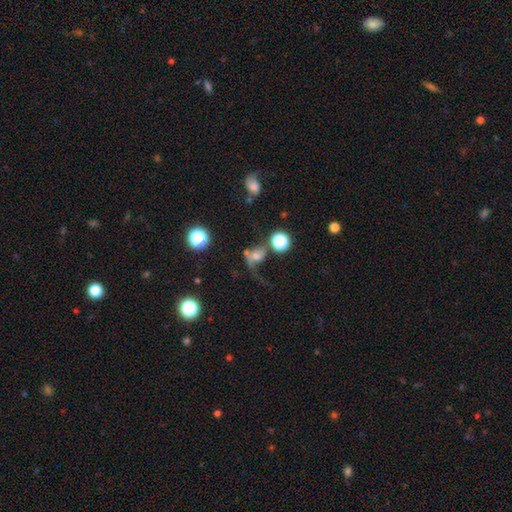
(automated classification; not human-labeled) Morphology: type=smooth (50%); merging=major disturbance (42%).